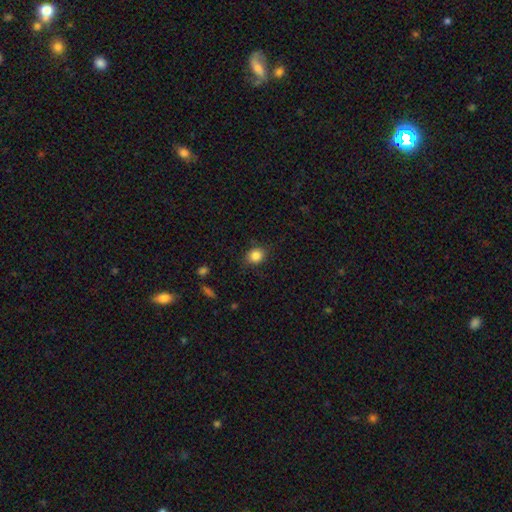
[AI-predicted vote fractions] Smooth or featured? smooth (85%)
How rounded? round (64%)
Merging? none (82%)